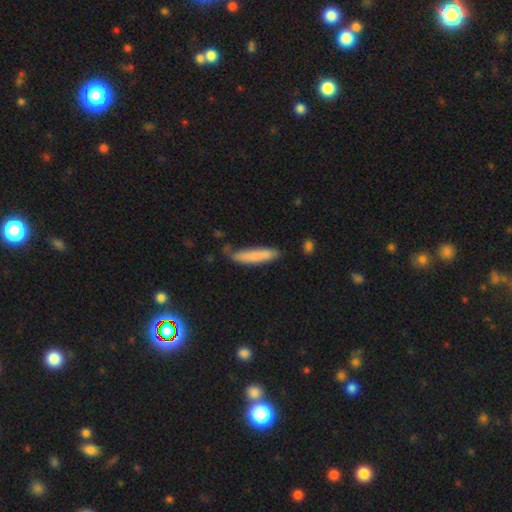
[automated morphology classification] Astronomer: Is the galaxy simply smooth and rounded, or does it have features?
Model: smooth — 81%.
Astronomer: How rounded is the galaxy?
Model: cigar-shaped — 87%.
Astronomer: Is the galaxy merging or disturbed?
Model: none — 67%.